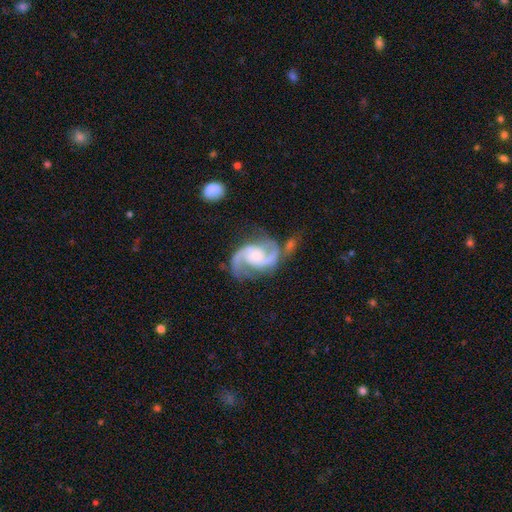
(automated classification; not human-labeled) The model was most divided on "bulge size": small: 47%, moderate: 40%, none: 7%, large: 5%, dominant: 1%. More confident: spiral arms — yes (98%); edge-on disk — no (98%); spiral arm count — 2 (93%); smooth or featured — featured or disk (92%); merging — none (64%); spiral winding — medium (57%); bar — no (54%).